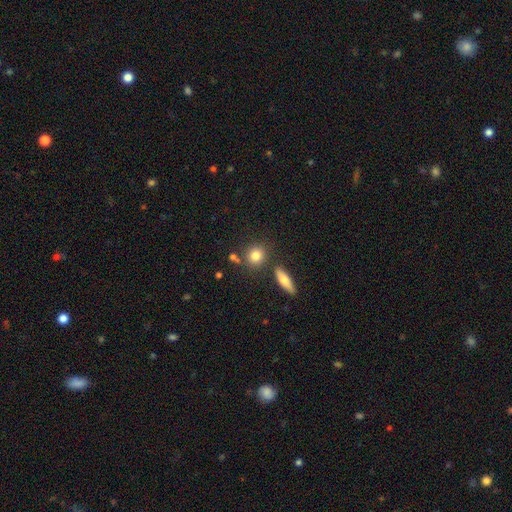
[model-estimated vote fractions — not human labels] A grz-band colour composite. It shows a smooth galaxy with no disk features (81%) that is round (76%). Merging: none (75%).